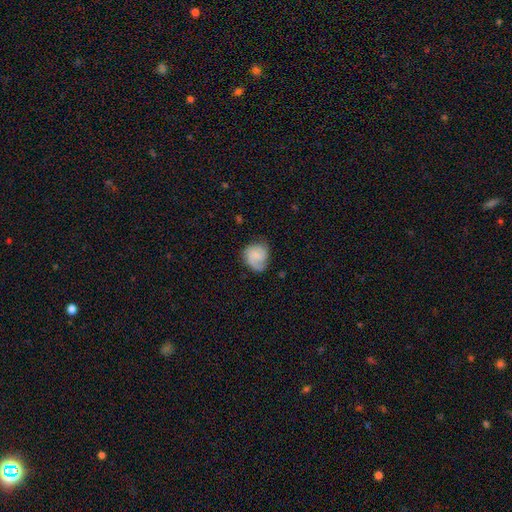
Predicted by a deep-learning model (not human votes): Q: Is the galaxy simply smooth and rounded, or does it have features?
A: featured or disk — 49%.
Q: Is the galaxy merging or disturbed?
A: none — 63%.